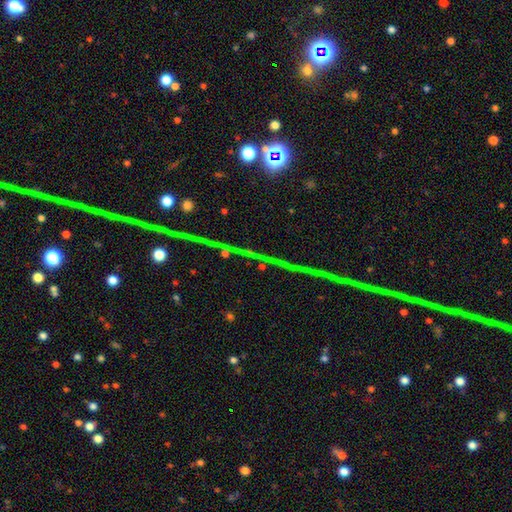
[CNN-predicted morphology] smooth-or-featured: star or artifact: 75% | featured or disk: 16% | smooth: 9%